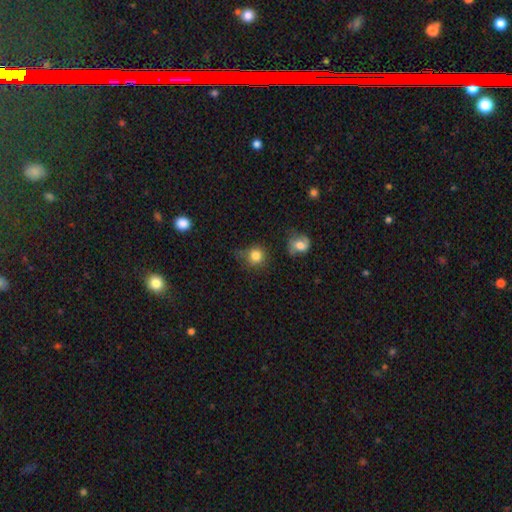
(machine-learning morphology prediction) The model was most divided on "merging": none: 64%, minor disturbance: 22%, major disturbance: 8%, merger: 6%. More confident: how rounded — round (88%); smooth or featured — smooth (82%).